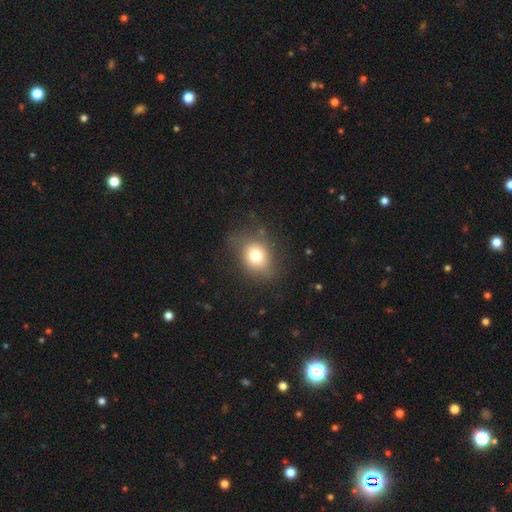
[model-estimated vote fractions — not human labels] smooth_or_featured: smooth (p=0.74) [alt: featured or disk p=0.13]
how_rounded: round (p=0.54) [alt: in between p=0.45]
merging: none (p=0.64) [alt: minor disturbance p=0.24]